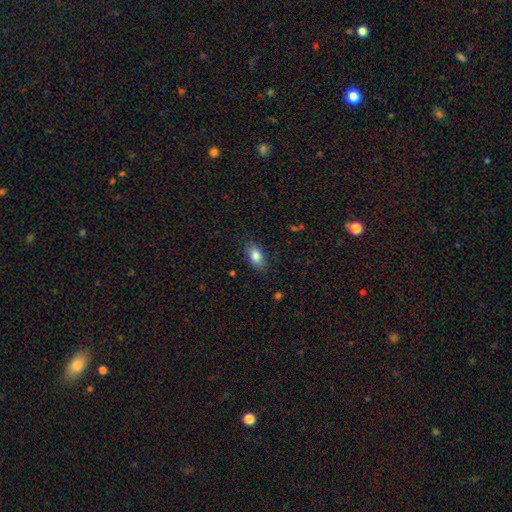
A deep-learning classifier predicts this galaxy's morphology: Smooth or featured? smooth (83%)
How rounded? in between (89%)
Merging? none (83%)